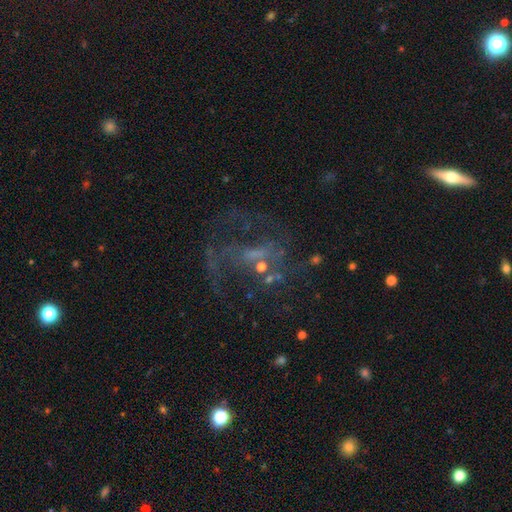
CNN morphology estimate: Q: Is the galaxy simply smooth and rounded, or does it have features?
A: featured or disk — 64%.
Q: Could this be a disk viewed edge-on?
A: no — 96%.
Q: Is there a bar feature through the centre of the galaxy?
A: no — 53%.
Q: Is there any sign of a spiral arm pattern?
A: yes — 63%.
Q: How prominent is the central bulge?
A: small — 44%.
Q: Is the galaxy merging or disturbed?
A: none — 44%.